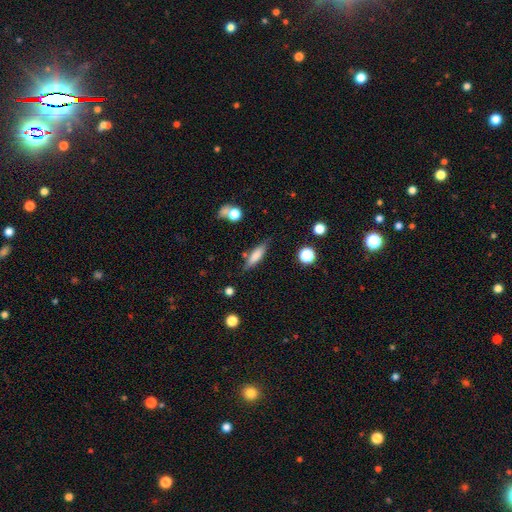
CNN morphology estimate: type=smooth (72%); roundness=cigar-shaped (61%); merging=none (77%).